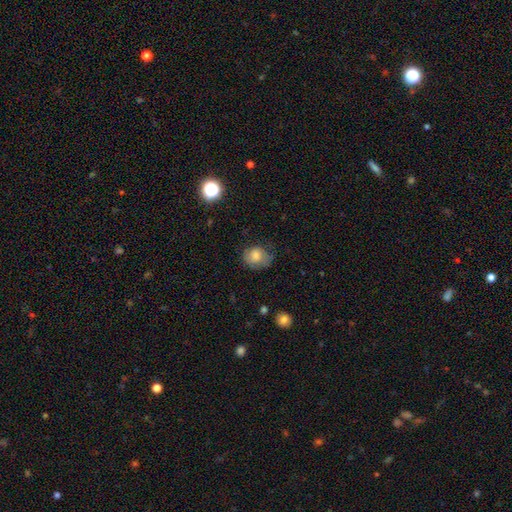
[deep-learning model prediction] smooth_or_featured: smooth (p=0.77) [alt: featured or disk p=0.13]
how_rounded: round (p=0.59) [alt: in between p=0.40]
merging: none (p=0.57) [alt: minor disturbance p=0.30]